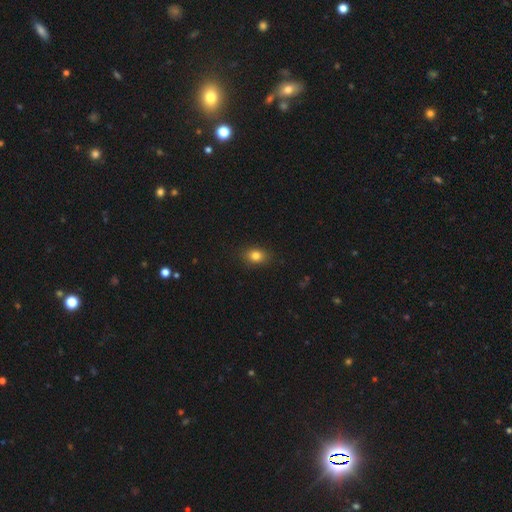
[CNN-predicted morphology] Smooth or featured: smooth — 82% (star or artifact — 11%)
How rounded: in between — 68% (round — 30%)
Merging: none — 87% (minor disturbance — 10%)